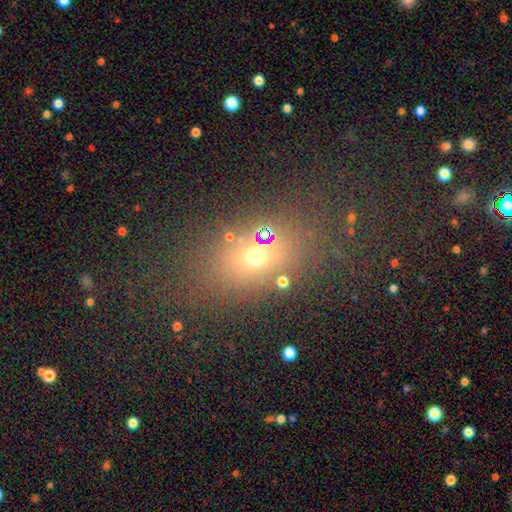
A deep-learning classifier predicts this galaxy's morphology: Smooth or featured? smooth (58%)
How rounded? in between (66%)
Merging? none (75%)